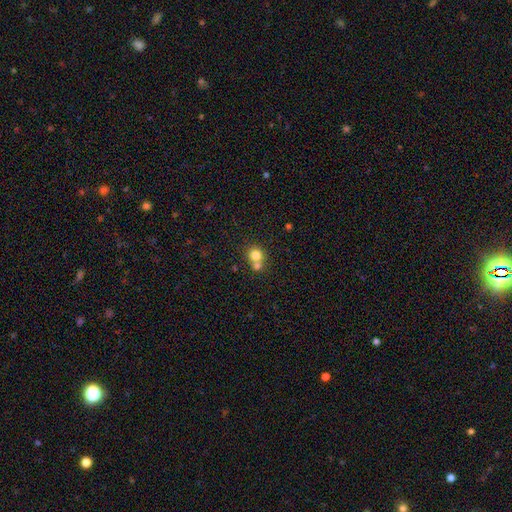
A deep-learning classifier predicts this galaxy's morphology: This appears to be a smooth galaxy with no disk features (79%) that is round (86%). Merging: none (46%, tied with merger).